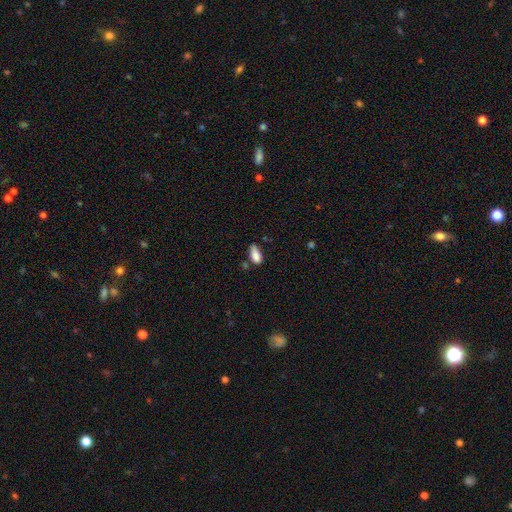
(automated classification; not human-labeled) smooth-or-featured: smooth: 87% | star or artifact: 8% | featured or disk: 5%
  how-rounded: in between: 88% | cigar-shaped: 9% | round: 3%
  merging: none: 54% | minor disturbance: 31% | merger: 8% | major disturbance: 7%